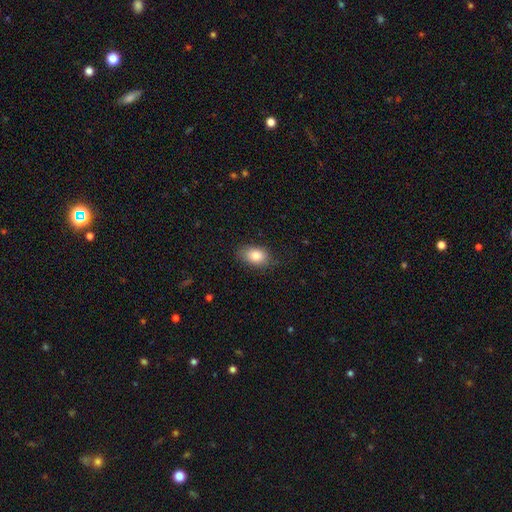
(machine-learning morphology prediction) Smooth or featured: smooth — 81% (featured or disk — 10%)
How rounded: in between — 82% (round — 16%)
Merging: none — 80% (minor disturbance — 15%)